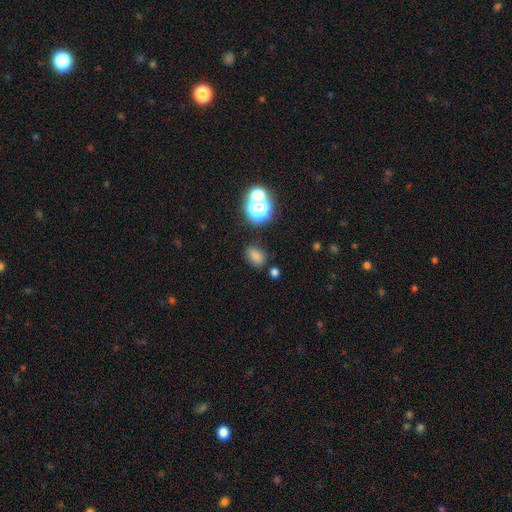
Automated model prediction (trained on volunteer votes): Smooth or featured? smooth (73%)
How rounded? in between (78%)
Merging? none (78%)